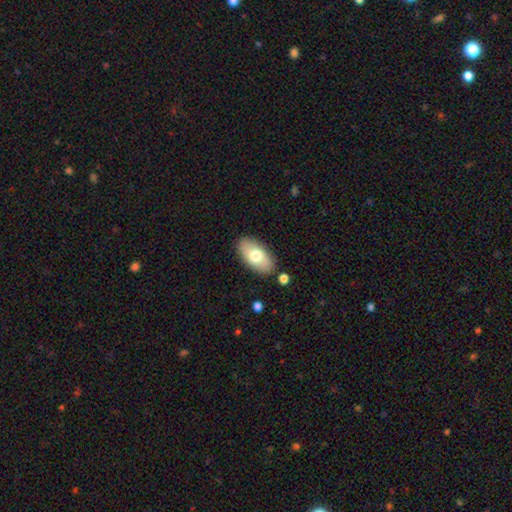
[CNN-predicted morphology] Smooth or featured: smooth — 70% (featured or disk — 25%)
How rounded: in between — 94% (round — 3%)
Merging: none — 85% (minor disturbance — 10%)